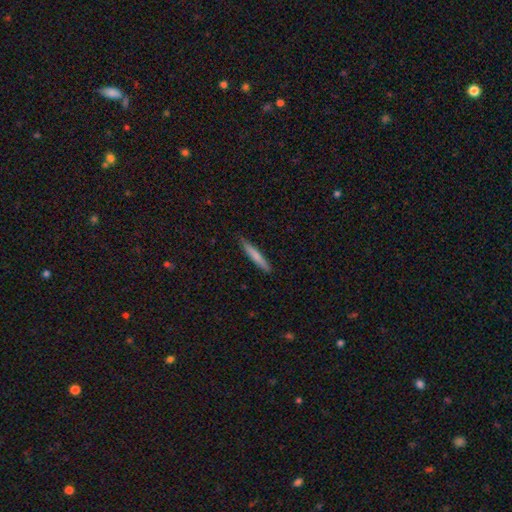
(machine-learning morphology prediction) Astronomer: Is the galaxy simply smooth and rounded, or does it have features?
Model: smooth — 73%.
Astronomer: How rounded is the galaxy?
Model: cigar-shaped — 94%.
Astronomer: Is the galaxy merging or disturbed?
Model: none — 86%.